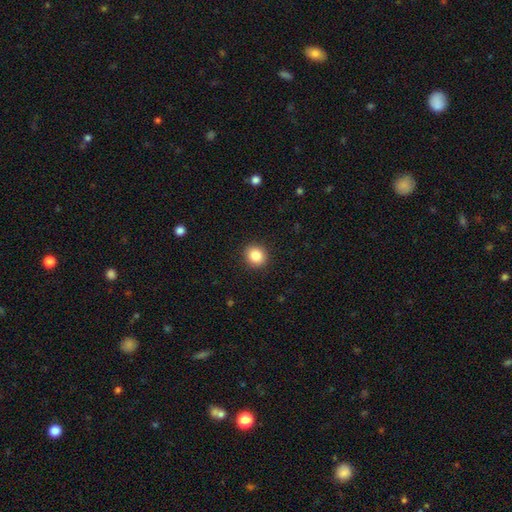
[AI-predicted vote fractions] Q: Smooth or featured?
A: smooth (86%); runner-up: star or artifact (9%)
Q: How rounded?
A: round (82%); runner-up: in between (17%)
Q: Merging?
A: none (91%); runner-up: minor disturbance (6%)